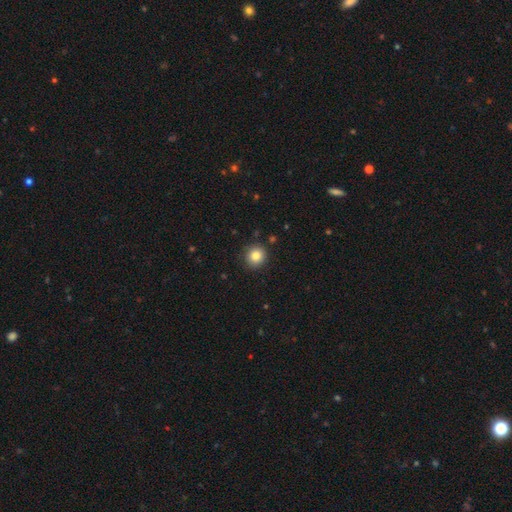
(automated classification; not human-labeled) smooth 84%, star or artifact 10%, featured or disk 6%. Down the decision tree: how rounded — round (92%); merging — none (90%).